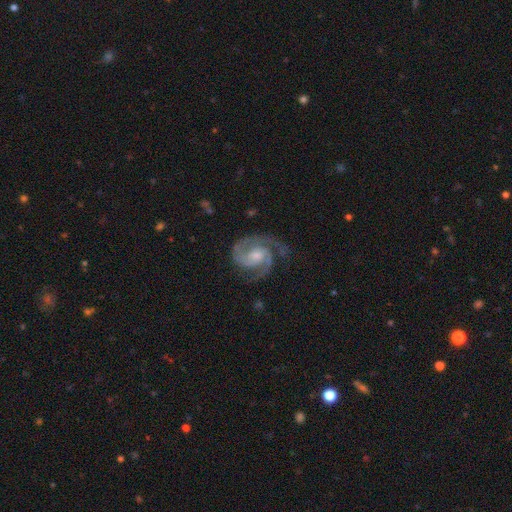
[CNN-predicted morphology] Smooth or featured? Predicted: featured or disk (p=0.92). Edge-on disk? Predicted: no (p=0.98). Bar? Predicted: no (p=0.53). Spiral arms? Predicted: yes (p=0.98). Spiral winding? Predicted: medium (p=0.48). Spiral arm count? Predicted: 2 (p=0.78). Bulge size? Predicted: moderate (p=0.46). Merging? Predicted: none (p=0.72).